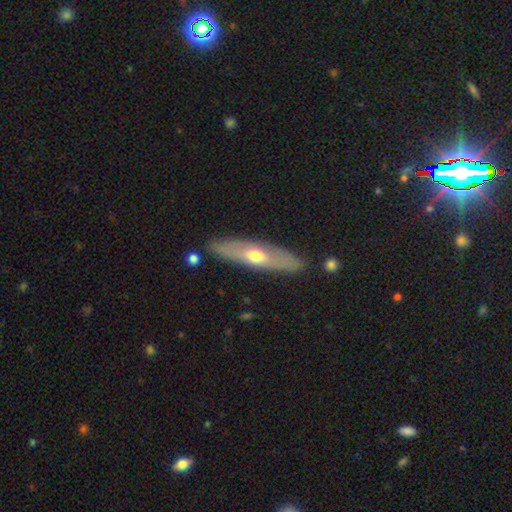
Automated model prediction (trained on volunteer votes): smooth_or_featured: featured or disk (p=0.53) [alt: smooth p=0.42]
disk_edge_on: yes (p=0.55) [alt: no p=0.45]
merging: none (p=0.85) [alt: minor disturbance p=0.10]